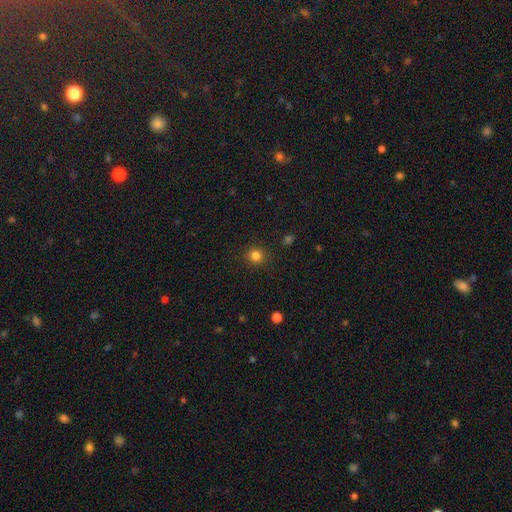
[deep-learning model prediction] Q: Smooth or featured?
A: smooth (82%); runner-up: star or artifact (13%)
Q: How rounded?
A: round (92%); runner-up: in between (7%)
Q: Merging?
A: none (90%); runner-up: minor disturbance (6%)